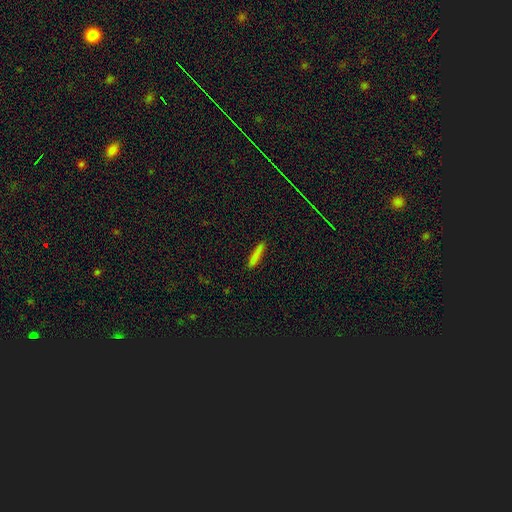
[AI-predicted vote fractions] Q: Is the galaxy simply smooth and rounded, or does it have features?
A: smooth — 82%.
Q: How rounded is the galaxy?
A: cigar-shaped — 91%.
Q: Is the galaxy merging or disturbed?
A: none — 89%.